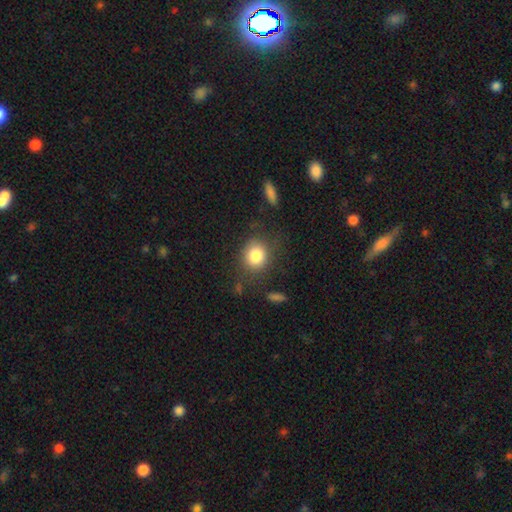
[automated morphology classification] Smooth or featured? smooth (83%)
How rounded? round (75%)
Merging? none (77%)